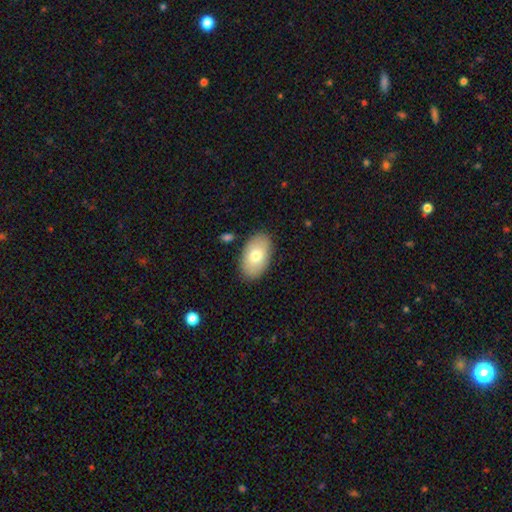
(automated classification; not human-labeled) This is likely a smooth galaxy (75%). How rounded: clearly in between (94%). Merging: clearly none (86%).